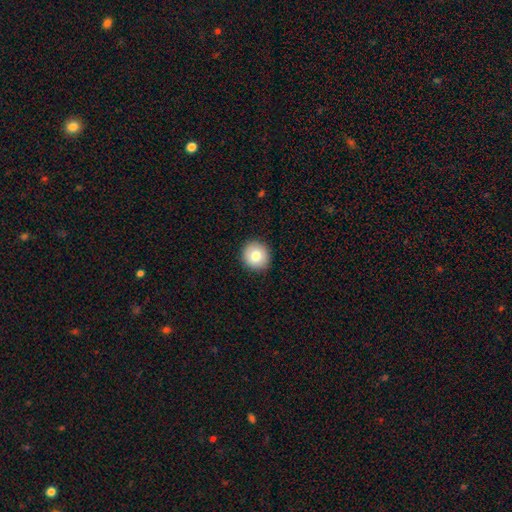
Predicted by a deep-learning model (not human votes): Morphology: type=smooth (79%); roundness=round (91%); merging=none (92%).